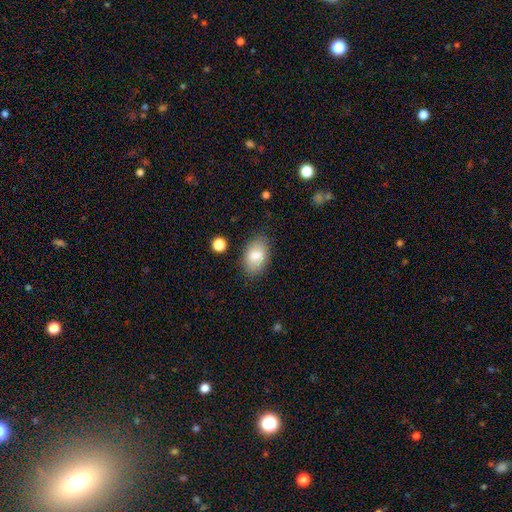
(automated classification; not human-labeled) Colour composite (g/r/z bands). It shows a smooth galaxy with no disk features (82%) that is in between round and cigar-shaped (92%). Merging: none (82%).